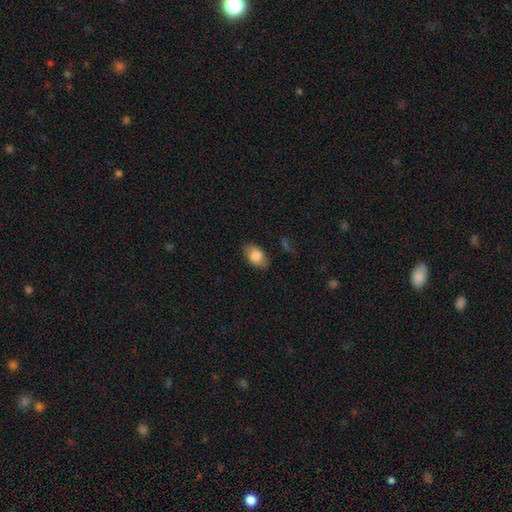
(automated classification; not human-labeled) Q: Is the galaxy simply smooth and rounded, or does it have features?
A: smooth — 82%.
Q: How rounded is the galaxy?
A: in between — 88%.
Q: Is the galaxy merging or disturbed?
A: none — 83%.